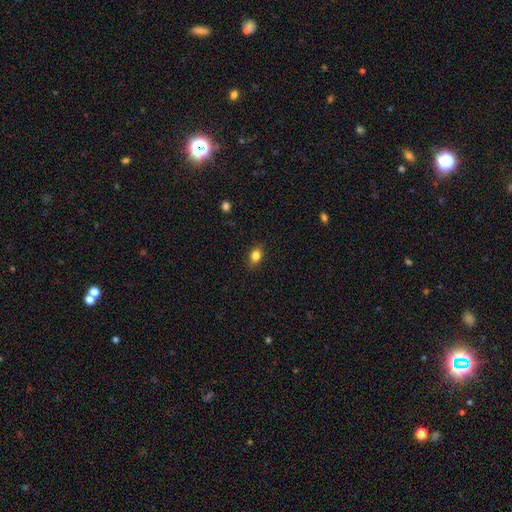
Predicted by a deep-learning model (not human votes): Smooth or featured: smooth — 82% (star or artifact — 10%)
How rounded: in between — 68% (round — 30%)
Merging: none — 86% (minor disturbance — 11%)